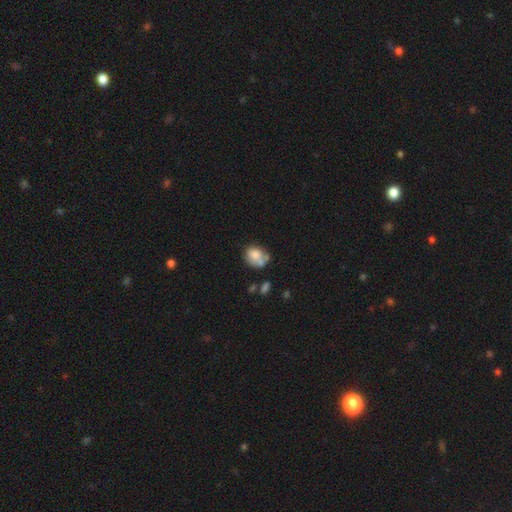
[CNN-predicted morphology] smooth 70%, featured or disk 21%, star or artifact 9%. Down the decision tree: how rounded — in between (50%); merging — none (38%).